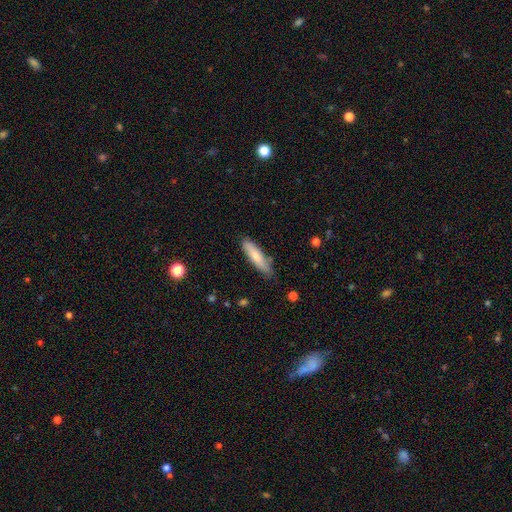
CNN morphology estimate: Smooth or featured? Predicted: smooth (p=0.73). How rounded? Predicted: cigar-shaped (p=0.73). Merging? Predicted: none (p=0.78).